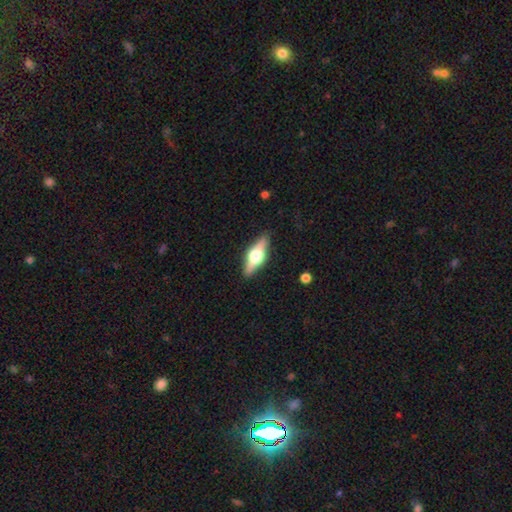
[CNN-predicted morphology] A featured or disk galaxy (66%) viewed edge-on (95%) with a rounded central bulge (95%).

Vote fractions:
- Smooth or featured? featured or disk: 66% / smooth: 28% / star or artifact: 6%
- Edge-on disk? yes: 95% / no: 5%
- Edge-on bulge? rounded: 95% / boxy: 3% / none: 1%
- Merging? none: 89% / minor disturbance: 8% / major disturbance: 2% / merger: 1%